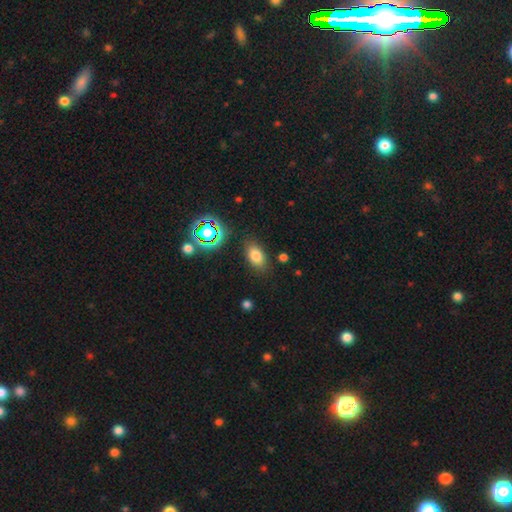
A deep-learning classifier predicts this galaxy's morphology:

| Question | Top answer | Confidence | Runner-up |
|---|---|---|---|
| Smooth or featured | smooth | 74% | star or artifact (15%) |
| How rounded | in between | 86% | round (10%) |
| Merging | none | 83% | minor disturbance (11%) |